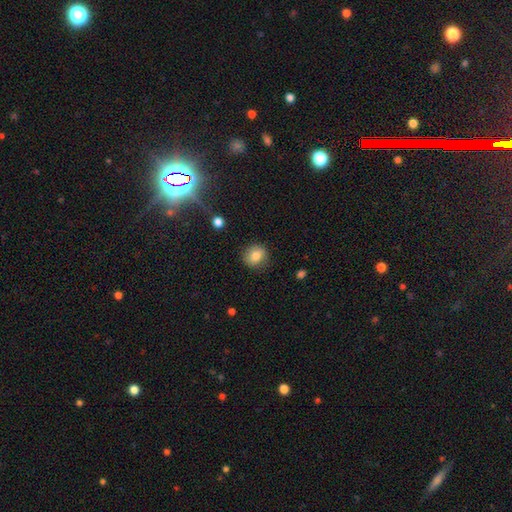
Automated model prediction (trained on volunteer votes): This is clearly a smooth galaxy (80%). How rounded: clearly round (82%). Merging: clearly none (86%).